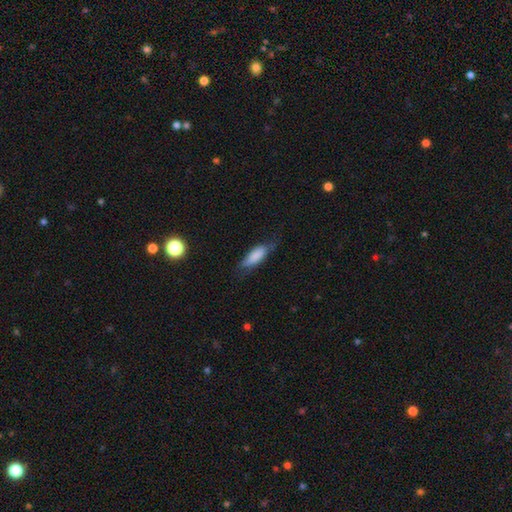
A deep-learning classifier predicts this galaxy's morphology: smooth 77%, featured or disk 16%, star or artifact 7%. Down the decision tree: how rounded — in between (66%); merging — none (58%).